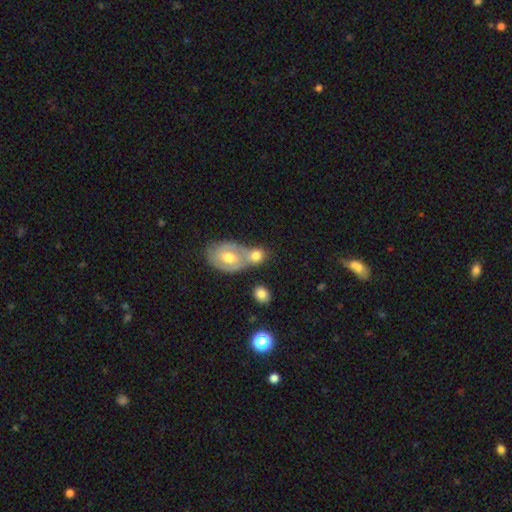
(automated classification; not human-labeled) smooth 65%, featured or disk 26%, star or artifact 8%. Down the decision tree: how rounded — round (50%); merging — merger (56%).